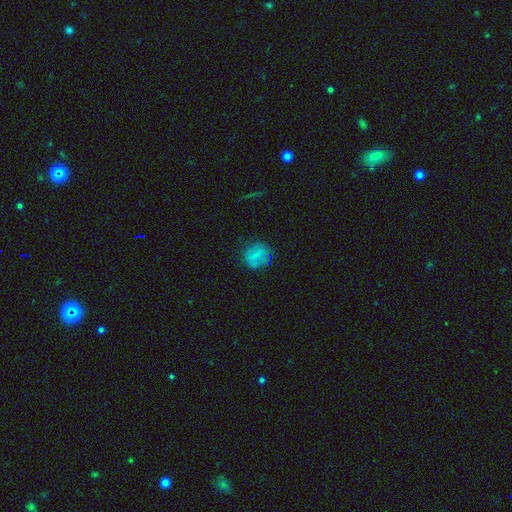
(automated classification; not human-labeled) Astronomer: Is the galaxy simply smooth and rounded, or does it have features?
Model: smooth — 71%.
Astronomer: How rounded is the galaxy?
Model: round — 76%.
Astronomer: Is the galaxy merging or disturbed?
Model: none — 78%.